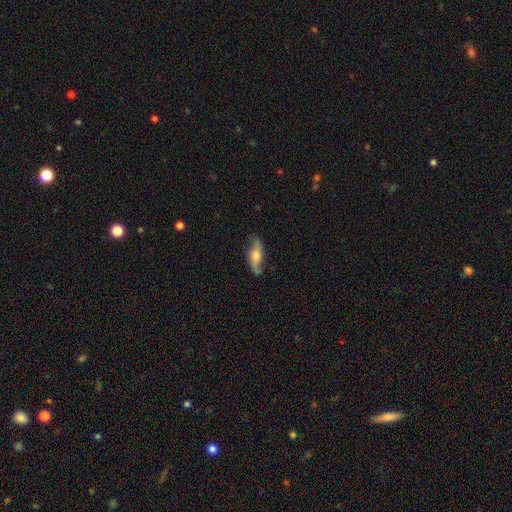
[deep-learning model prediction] Smooth or featured? Predicted: featured or disk (p=0.70). Edge-on disk? Predicted: no (p=0.79). Bar? Predicted: no (p=0.61). Spiral arms? Predicted: yes (p=0.92). Spiral winding? Predicted: loose (p=0.68). Spiral arm count? Predicted: 2 (p=0.90). Bulge size? Predicted: moderate (p=0.50). Merging? Predicted: none (p=0.77).